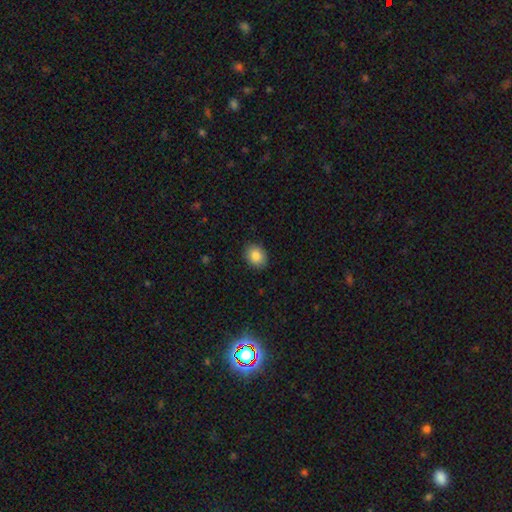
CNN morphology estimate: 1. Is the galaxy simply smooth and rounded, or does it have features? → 85% smooth, 9% star or artifact, 7% featured or disk.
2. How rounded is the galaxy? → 50% in between (tied), 50% round (tied), 1% cigar-shaped.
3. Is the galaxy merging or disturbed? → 89% none, 8% minor disturbance, 2% major disturbance, 1% merger.